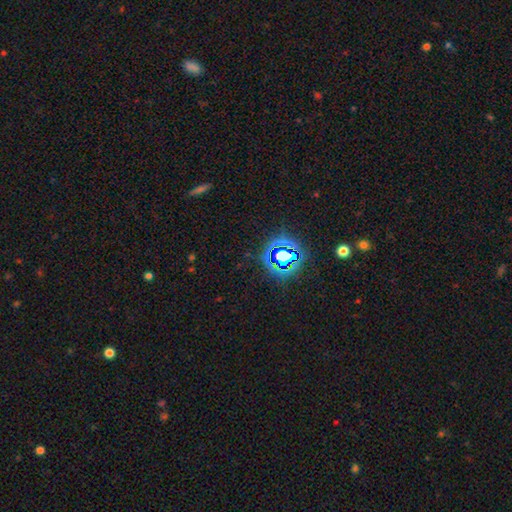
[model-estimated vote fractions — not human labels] smooth-or-featured: star or artifact: 76% | smooth: 16% | featured or disk: 8%